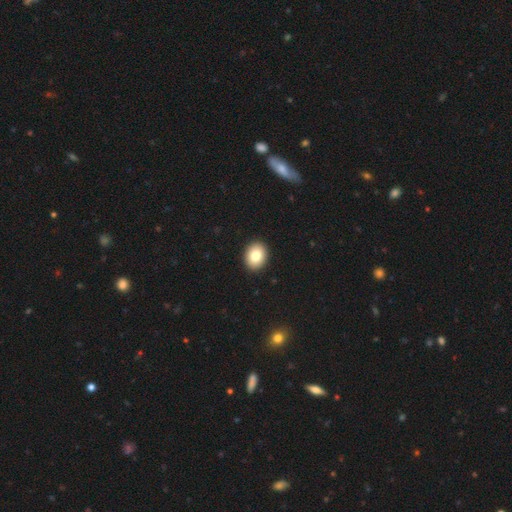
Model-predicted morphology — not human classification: smooth_or_featured: smooth (p=0.82) [alt: featured or disk p=0.09]
how_rounded: in between (p=0.60) [alt: round p=0.39]
merging: none (p=0.92) [alt: minor disturbance p=0.05]